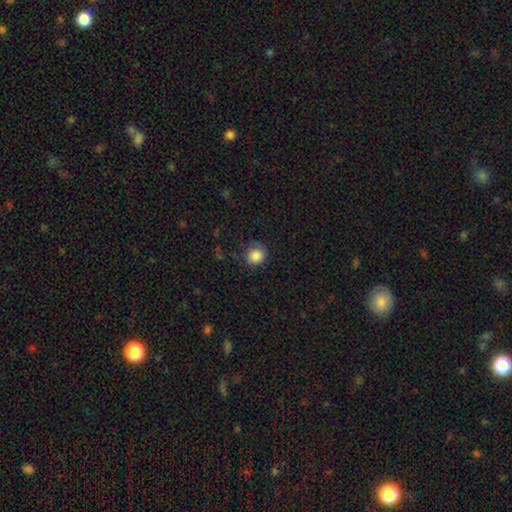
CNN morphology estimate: Smooth or featured?
  - smooth: 86% *
  - star or artifact: 9%
  - featured or disk: 5%
How rounded?
  - round: 81% *
  - in between: 19%
  - cigar-shaped: 1%
Merging?
  - none: 72% *
  - minor disturbance: 20%
  - major disturbance: 6%
  - merger: 1%